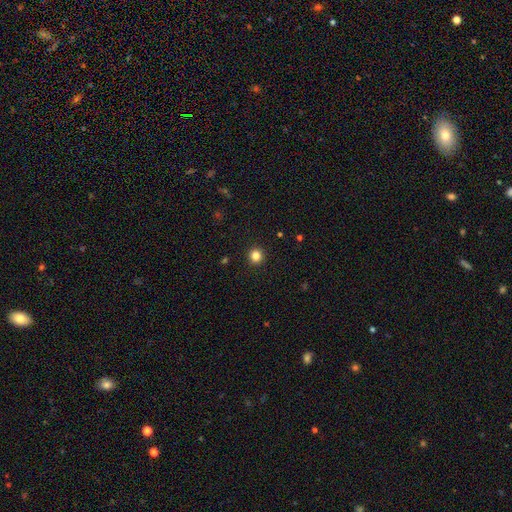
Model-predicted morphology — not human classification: Smooth or featured?
  - smooth: 83% *
  - star or artifact: 12%
  - featured or disk: 5%
How rounded?
  - round: 94% *
  - in between: 5%
  - cigar-shaped: 1%
Merging?
  - none: 93% *
  - minor disturbance: 4%
  - major disturbance: 2%
  - merger: 1%